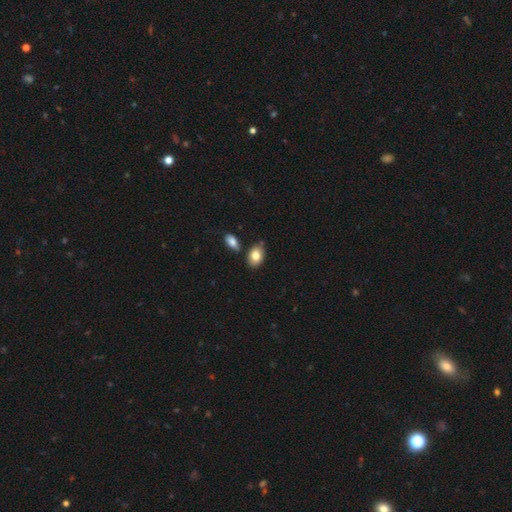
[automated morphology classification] Smooth or featured? Predicted: smooth (p=0.82). How rounded? Predicted: in between (p=0.83). Merging? Predicted: none (p=0.72).